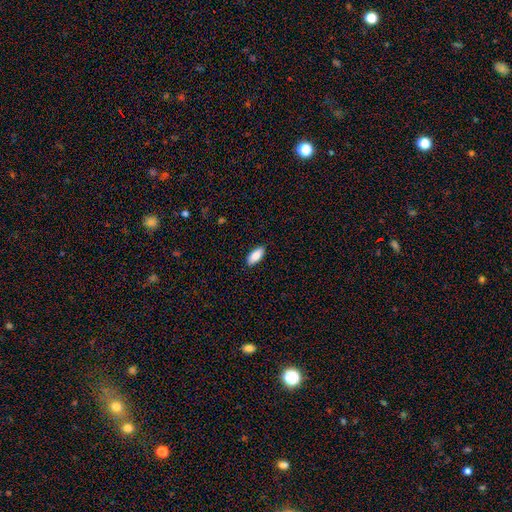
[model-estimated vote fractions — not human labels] smooth_or_featured: smooth (p=0.86) [alt: featured or disk p=0.08]
how_rounded: in between (p=0.87) [alt: cigar-shaped p=0.11]
merging: none (p=0.88) [alt: minor disturbance p=0.09]